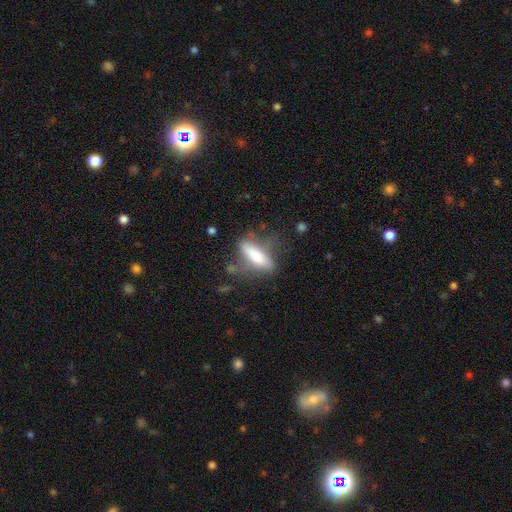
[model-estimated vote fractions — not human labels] Smooth or featured?
  - smooth: 67% *
  - featured or disk: 25%
  - star or artifact: 7%
How rounded?
  - in between: 50% *
  - cigar-shaped: 48%
  - round: 2%
Merging?
  - none: 49% *
  - minor disturbance: 27%
  - major disturbance: 19%
  - merger: 5%